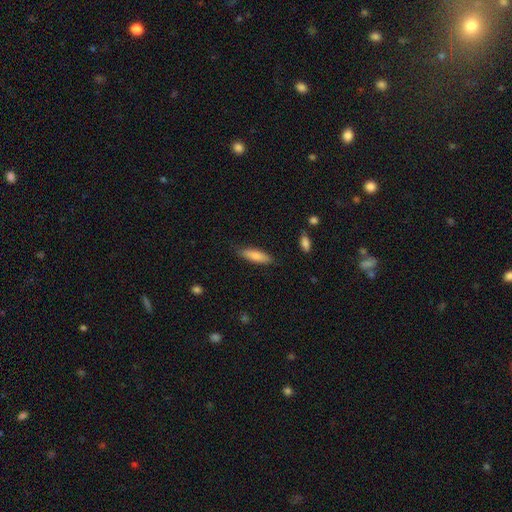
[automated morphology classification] This is clearly a smooth galaxy (80%). How rounded: possibly cigar-shaped (59%). Merging: clearly none (83%).